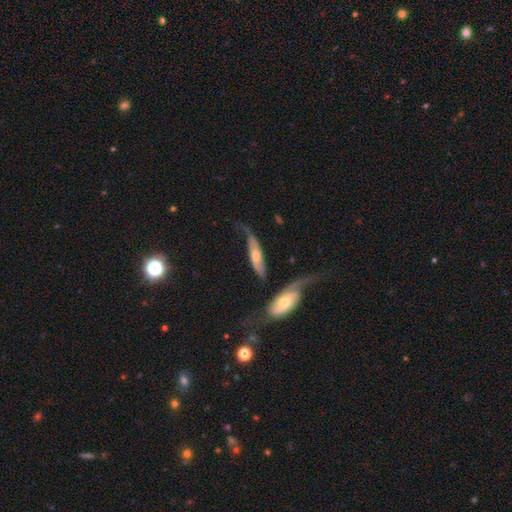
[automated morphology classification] Q: Smooth or featured?
A: featured or disk (70%); runner-up: smooth (24%)
Q: Edge-on disk?
A: no (61%); runner-up: yes (39%)
Q: Merging?
A: none (39%); runner-up: major disturbance (22%)